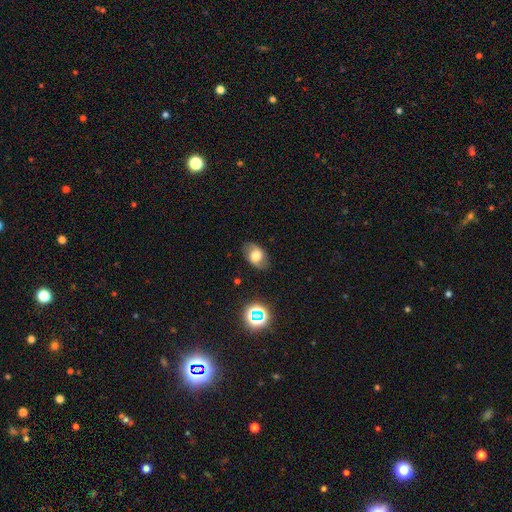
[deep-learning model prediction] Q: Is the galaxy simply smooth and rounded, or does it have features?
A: smooth — 53%.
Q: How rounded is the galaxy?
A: in between — 80%.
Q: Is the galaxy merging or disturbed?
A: none — 77%.